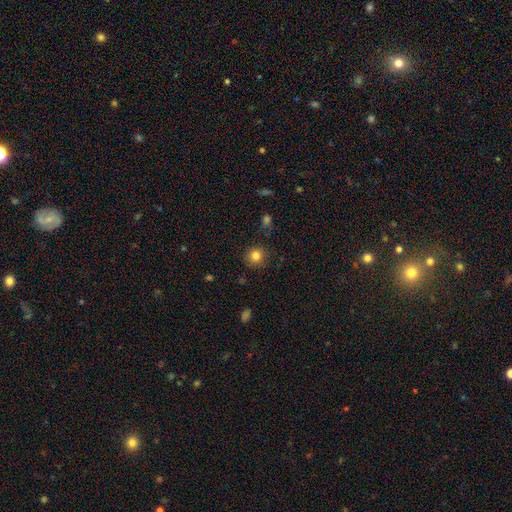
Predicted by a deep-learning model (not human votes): Smooth or featured?
  - smooth: 83% *
  - star or artifact: 11%
  - featured or disk: 6%
How rounded?
  - round: 89% *
  - in between: 10%
  - cigar-shaped: 1%
Merging?
  - none: 86% *
  - minor disturbance: 10%
  - major disturbance: 3%
  - merger: 2%